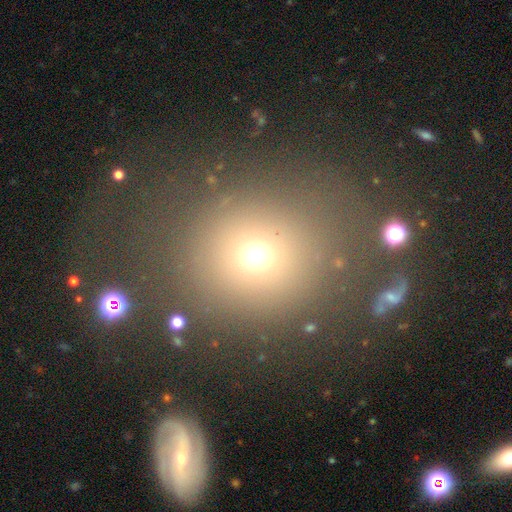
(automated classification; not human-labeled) Smooth or featured?
  - smooth: 67% *
  - star or artifact: 22%
  - featured or disk: 11%
How rounded?
  - round: 84% *
  - in between: 14%
  - cigar-shaped: 1%
Merging?
  - none: 75% *
  - minor disturbance: 11%
  - major disturbance: 9%
  - merger: 5%